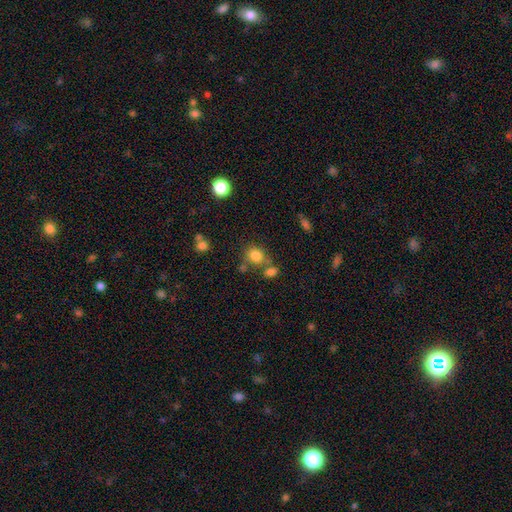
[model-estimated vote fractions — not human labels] This appears to be a smooth galaxy with no disk features (80%) that is round (69%). Merging: none (57%).